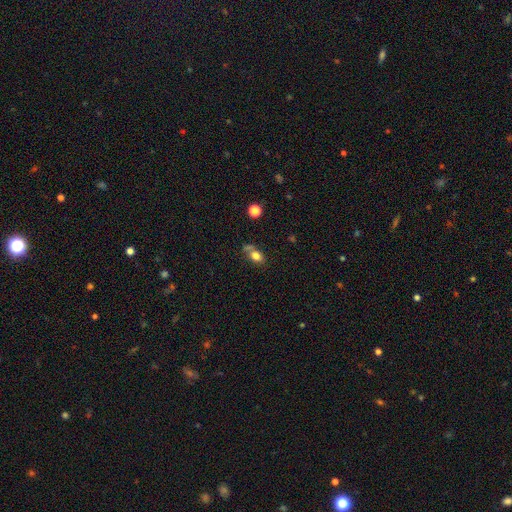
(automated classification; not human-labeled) Q: Smooth or featured?
A: smooth (78%); runner-up: star or artifact (11%)
Q: How rounded?
A: in between (74%); runner-up: round (24%)
Q: Merging?
A: none (52%); runner-up: merger (20%)